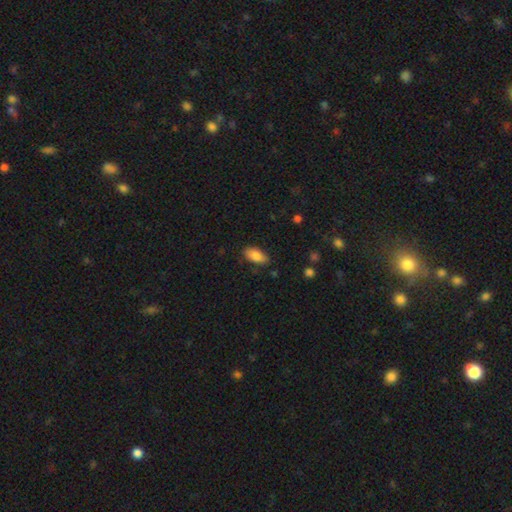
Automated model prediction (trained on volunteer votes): smooth-or-featured: smooth: 84% | featured or disk: 9% | star or artifact: 7%
  how-rounded: in between: 91% | cigar-shaped: 6% | round: 3%
  merging: none: 81% | minor disturbance: 14% | major disturbance: 3% | merger: 1%